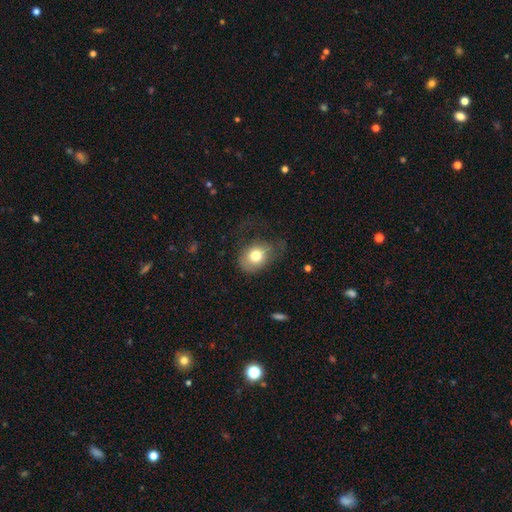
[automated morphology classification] Q: Smooth or featured?
A: smooth (75%); runner-up: featured or disk (16%)
Q: How rounded?
A: in between (59%); runner-up: round (40%)
Q: Merging?
A: none (44%); runner-up: minor disturbance (29%)